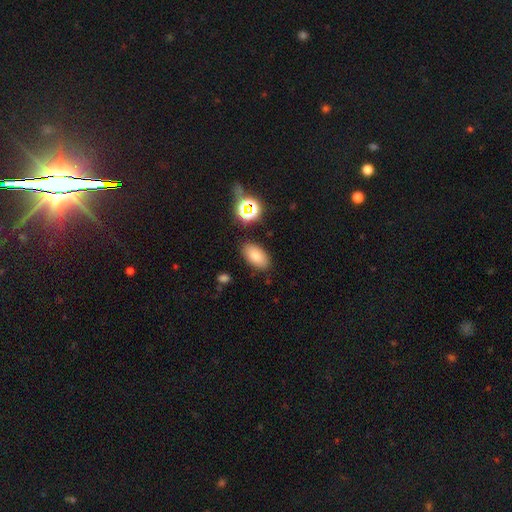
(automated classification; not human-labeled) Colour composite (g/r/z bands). It shows a smooth galaxy with no disk features (79%) that is in between round and cigar-shaped (92%). Merging: none (84%).